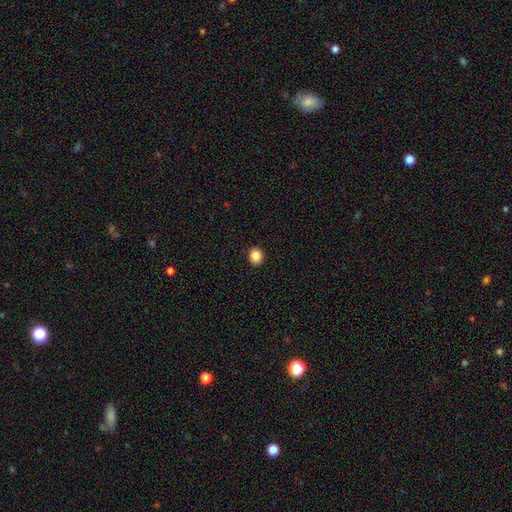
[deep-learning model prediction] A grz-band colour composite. It shows a smooth galaxy with no disk features (86%) that is round (64%). Merging: none (91%).